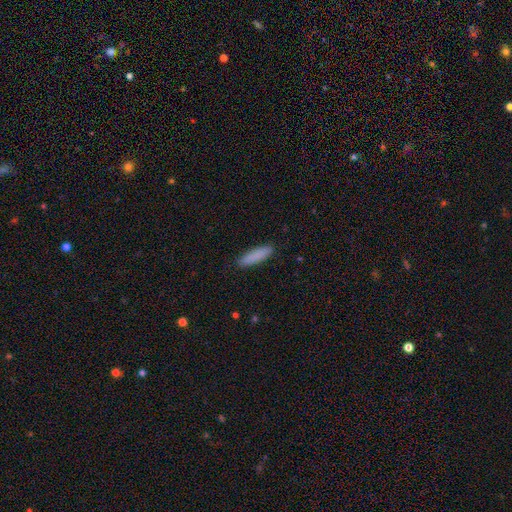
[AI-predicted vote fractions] smooth-or-featured: smooth: 87% | featured or disk: 7% | star or artifact: 6%
  how-rounded: cigar-shaped: 75% | in between: 24% | round: 1%
  merging: none: 89% | minor disturbance: 8% | major disturbance: 2% | merger: 1%